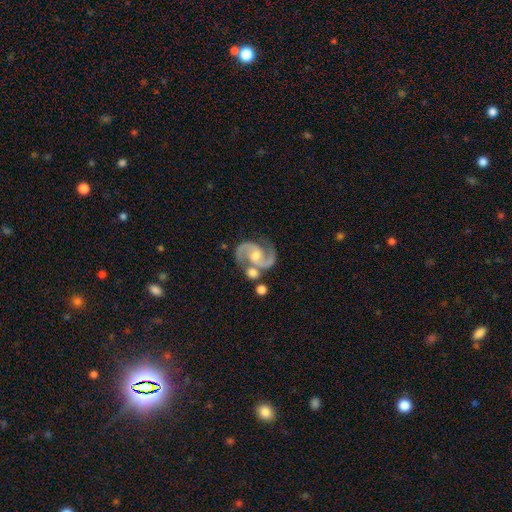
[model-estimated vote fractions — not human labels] This is clearly a featured or disk galaxy (92%). It is clearly not viewed edge-on (98%). Bar: possibly no (48%). Spiral arm pattern: clearly yes (98%). Spiral arm count: clearly 2 (94%). Spiral winding: likely medium (67%). Central bulge: possibly moderate (56%). Merging: likely none (65%).